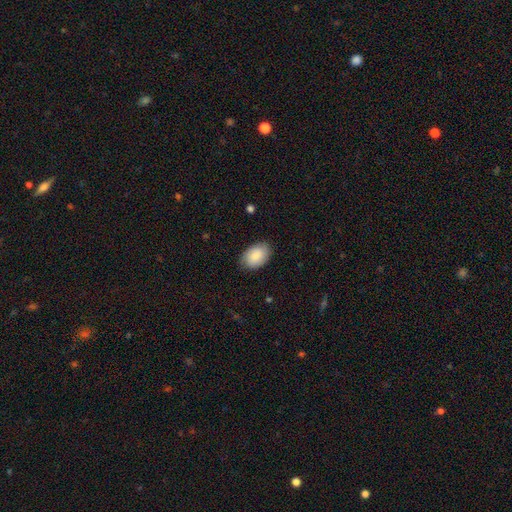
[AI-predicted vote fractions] This appears to be a smooth galaxy with no disk features (80%) that is in between round and cigar-shaped (86%). Merging: none (80%).